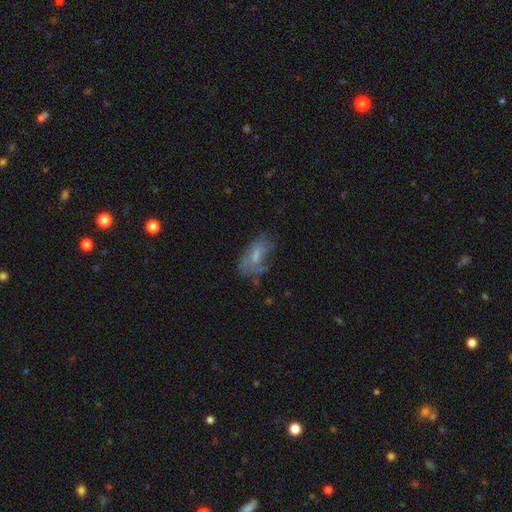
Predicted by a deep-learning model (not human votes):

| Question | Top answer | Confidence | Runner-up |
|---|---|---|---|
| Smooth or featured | smooth | 49% | featured or disk (42%) |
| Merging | none | 50% | minor disturbance (27%) |